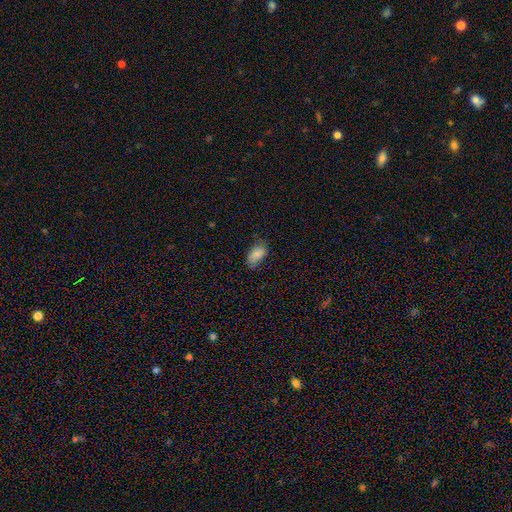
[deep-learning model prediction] Smooth or featured: smooth — 78% (featured or disk — 11%)
How rounded: in between — 91% (round — 6%)
Merging: none — 67% (minor disturbance — 25%)